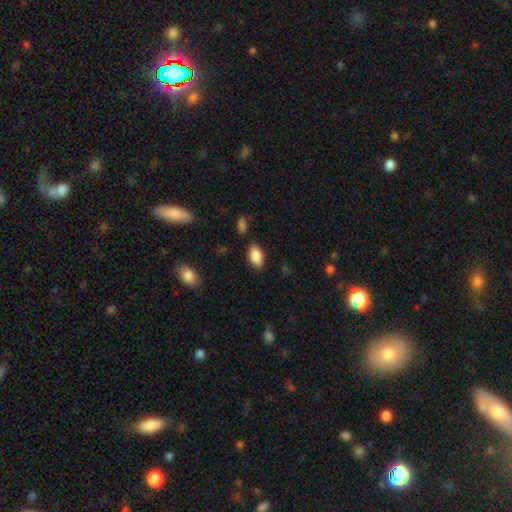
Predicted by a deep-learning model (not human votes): Smooth or featured? smooth (86%)
How rounded? in between (93%)
Merging? none (83%)